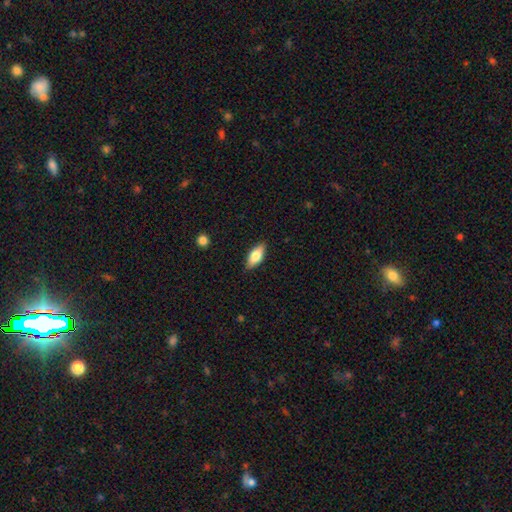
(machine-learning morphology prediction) This is likely a smooth galaxy (73%). How rounded: clearly in between (81%). Merging: clearly none (88%).